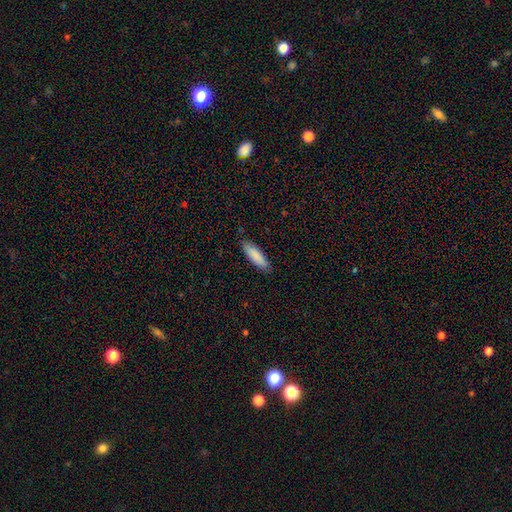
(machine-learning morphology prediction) Overall: smooth (88%). How rounded: cigar-shaped (53%; in between 46%). Merging: none (85%).